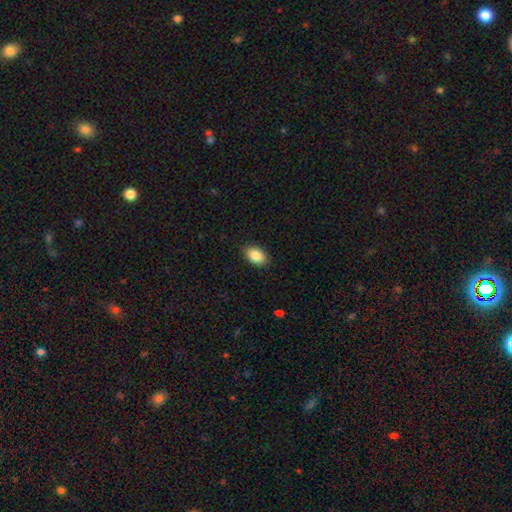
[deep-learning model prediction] This is clearly a smooth galaxy (88%). How rounded: clearly in between (89%). Merging: clearly none (88%).